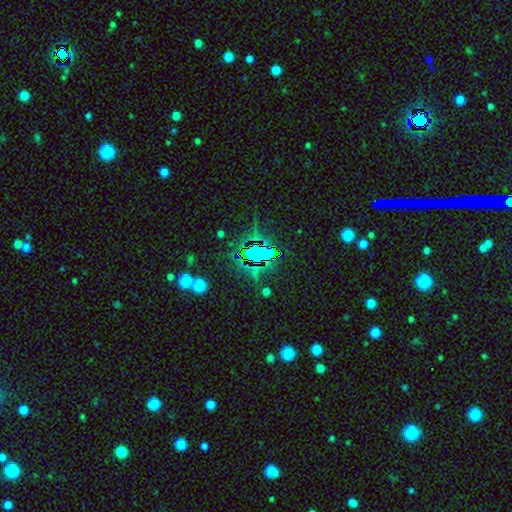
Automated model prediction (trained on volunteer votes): Smooth or featured?
  - star or artifact: 71% *
  - smooth: 18%
  - featured or disk: 11%